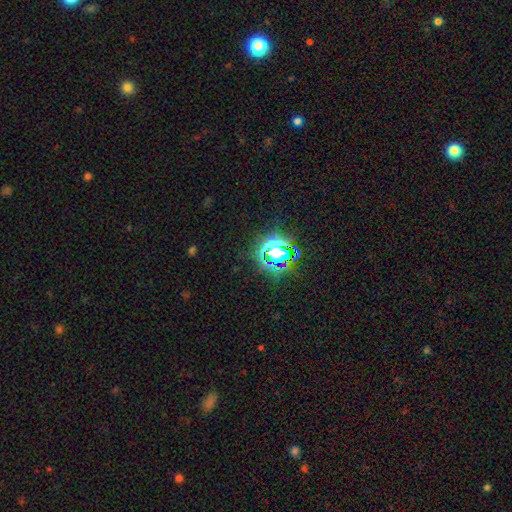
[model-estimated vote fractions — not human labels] This appears to be a star or artifact, not a galaxy (74%).